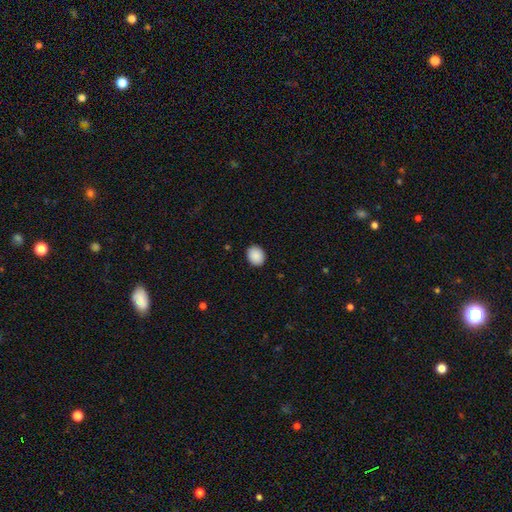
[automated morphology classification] Overall: smooth (90%). How rounded: round (55%; in between 44%). Merging: none (90%).